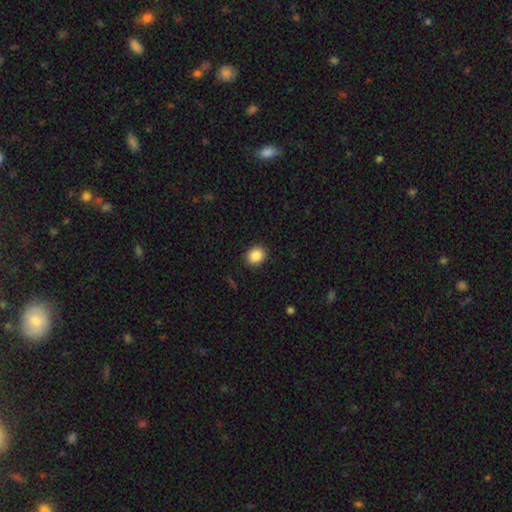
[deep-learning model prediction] The model was most divided on "how rounded": round: 69%, in between: 30%, cigar-shaped: 1%. More confident: merging — none (91%); smooth or featured — smooth (87%).